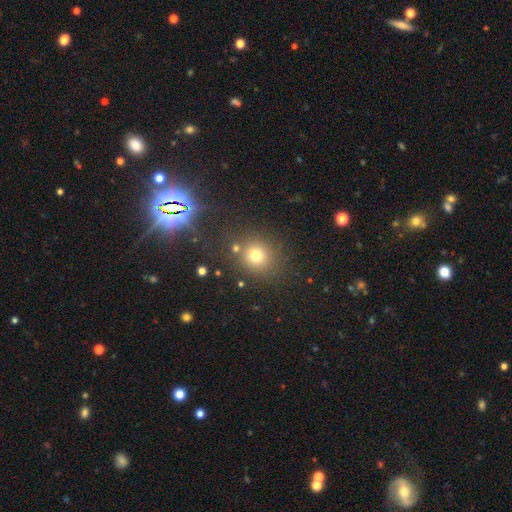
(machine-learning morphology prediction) smooth_or_featured: smooth (p=0.73) [alt: star or artifact p=0.19]
how_rounded: round (p=0.84) [alt: in between p=0.15]
merging: none (p=0.76) [alt: minor disturbance p=0.10]